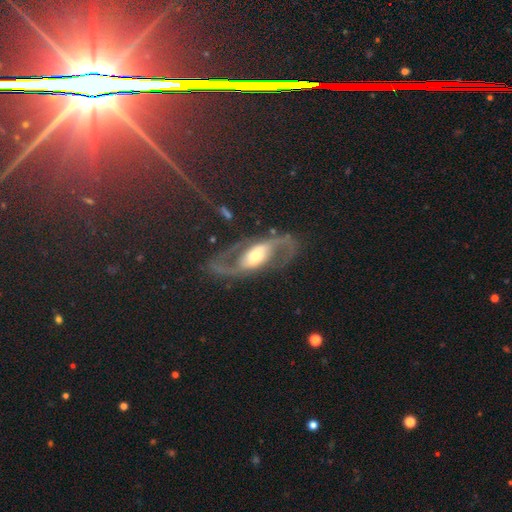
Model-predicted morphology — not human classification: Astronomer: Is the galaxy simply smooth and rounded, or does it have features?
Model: featured or disk — 86%.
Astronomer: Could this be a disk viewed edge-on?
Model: no — 94%.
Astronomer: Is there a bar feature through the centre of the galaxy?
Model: no — 36% (runner-up: strong, 32%).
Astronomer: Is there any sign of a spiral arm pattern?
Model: yes — 90%.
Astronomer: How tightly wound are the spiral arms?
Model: medium — 47% (runner-up: loose, 40%).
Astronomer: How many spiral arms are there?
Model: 2 — 91%.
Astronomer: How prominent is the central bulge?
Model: moderate — 53% (runner-up: small, 29%).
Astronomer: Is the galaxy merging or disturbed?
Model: none — 73%.